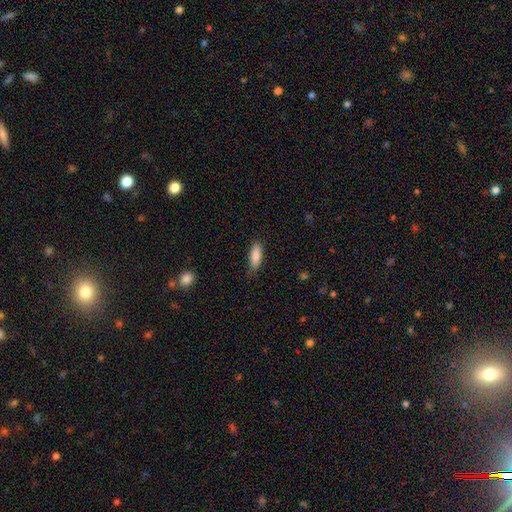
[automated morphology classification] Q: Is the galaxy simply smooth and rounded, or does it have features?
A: smooth — 86%.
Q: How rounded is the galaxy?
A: in between — 59%.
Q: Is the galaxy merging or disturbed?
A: none — 76%.